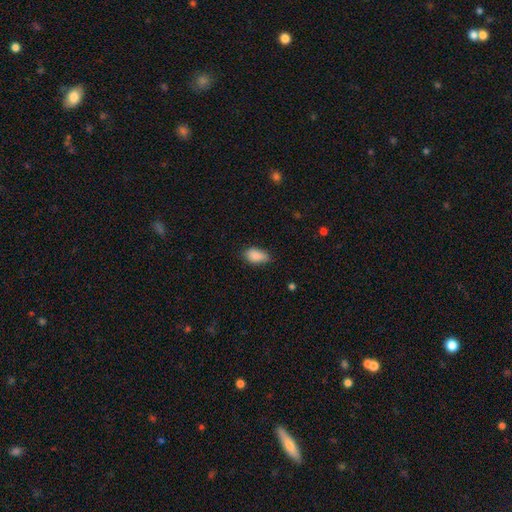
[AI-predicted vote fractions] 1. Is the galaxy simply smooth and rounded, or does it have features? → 87% smooth, 8% star or artifact, 5% featured or disk.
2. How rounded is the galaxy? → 91% in between, 6% round, 3% cigar-shaped.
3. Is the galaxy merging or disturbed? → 68% none, 26% minor disturbance, 5% major disturbance, 1% merger.